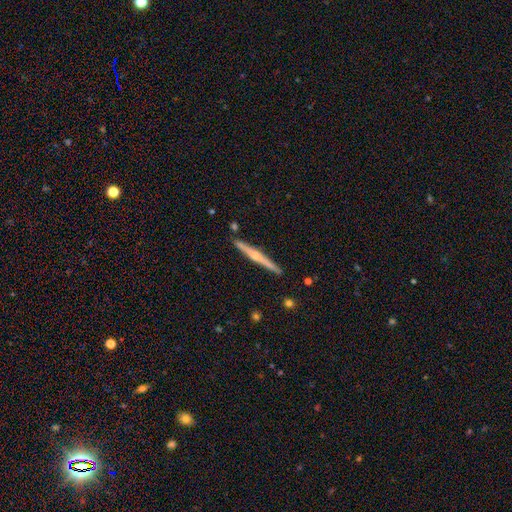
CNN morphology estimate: Overall: featured or disk (69%). Edge-on disk: yes (98%). Edge-on bulge: rounded (76%). Merging: none (90%).